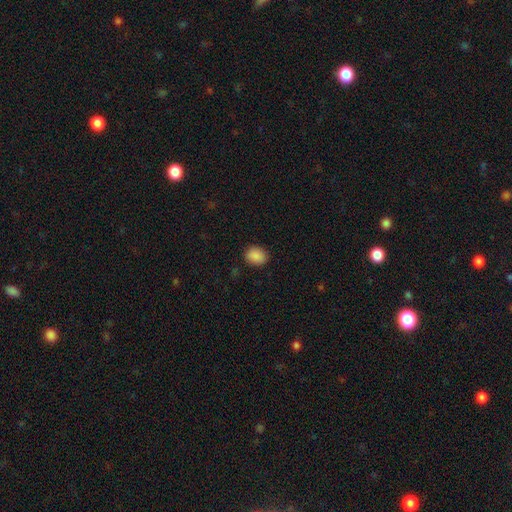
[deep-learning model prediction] Overall: smooth (88%). How rounded: round (50%; in between 49%). Merging: none (87%).